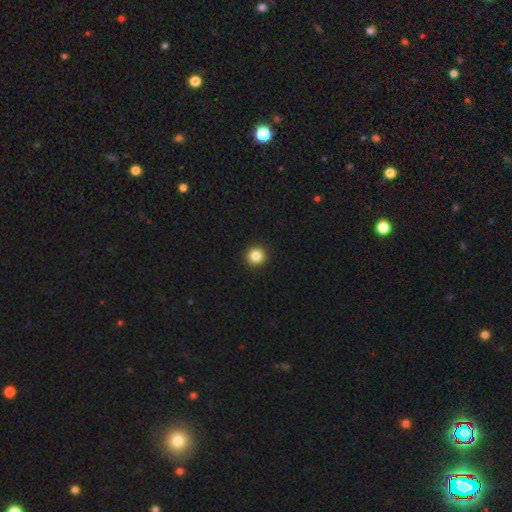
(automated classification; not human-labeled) Smooth or featured? Predicted: smooth (p=0.85). How rounded? Predicted: round (p=0.95). Merging? Predicted: none (p=0.94).